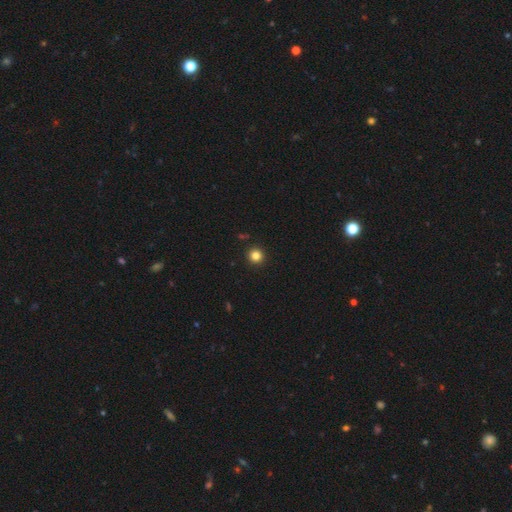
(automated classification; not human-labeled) Smooth or featured? Predicted: smooth (p=0.83). How rounded? Predicted: round (p=0.95). Merging? Predicted: none (p=0.93).